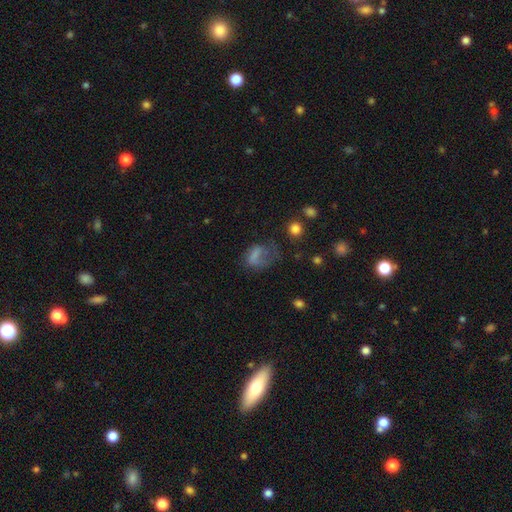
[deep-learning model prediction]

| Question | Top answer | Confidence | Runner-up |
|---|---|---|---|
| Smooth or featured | smooth | 60% | featured or disk (27%) |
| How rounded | in between | 69% | round (28%) |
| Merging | major disturbance | 47% | none (28%) |